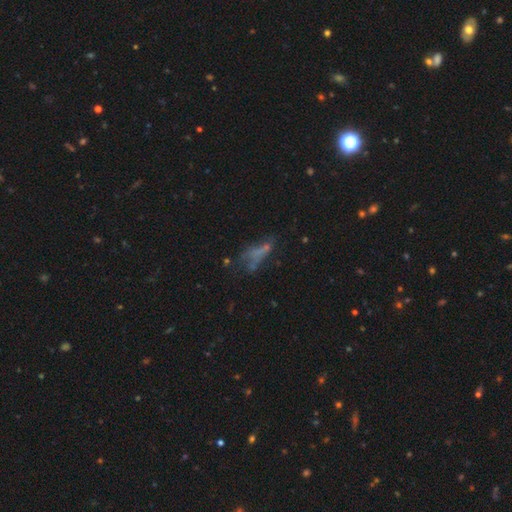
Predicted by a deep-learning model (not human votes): A smooth galaxy with no disk features (37%). Merging: none (45%).